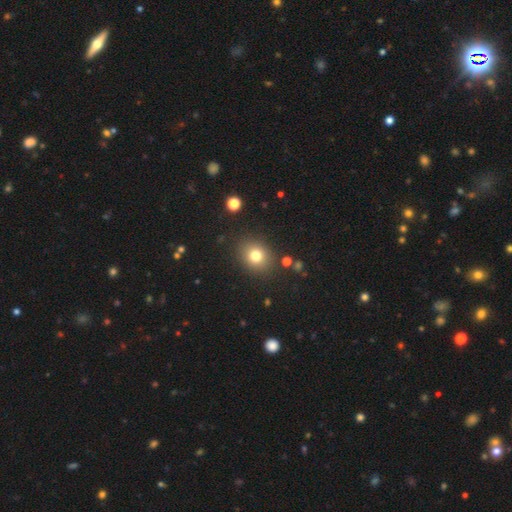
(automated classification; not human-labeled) Overall: smooth (78%). How rounded: round (65%; in between 34%). Merging: none (86%).